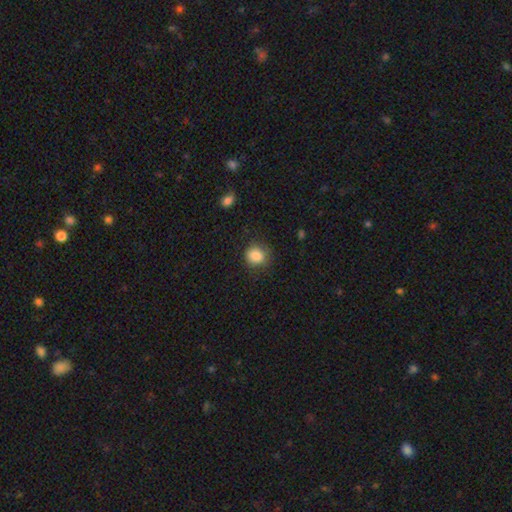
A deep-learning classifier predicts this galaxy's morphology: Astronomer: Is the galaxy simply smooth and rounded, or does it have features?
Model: smooth — 86%.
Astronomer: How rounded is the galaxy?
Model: round — 76%.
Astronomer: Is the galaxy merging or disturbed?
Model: none — 78%.